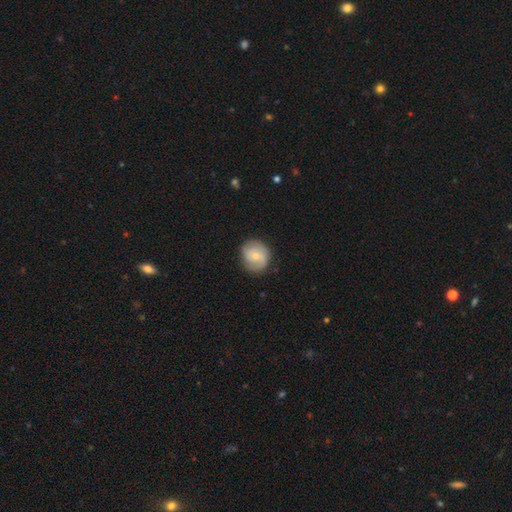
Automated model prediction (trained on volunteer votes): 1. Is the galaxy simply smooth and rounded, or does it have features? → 49% smooth, 44% featured or disk, 7% star or artifact.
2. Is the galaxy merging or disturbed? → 80% none, 15% minor disturbance, 4% major disturbance, 1% merger.